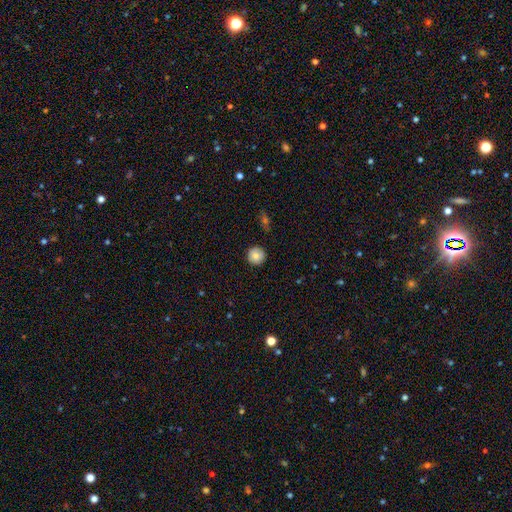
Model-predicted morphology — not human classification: Smooth or featured? smooth (83%)
How rounded? round (95%)
Merging? none (91%)